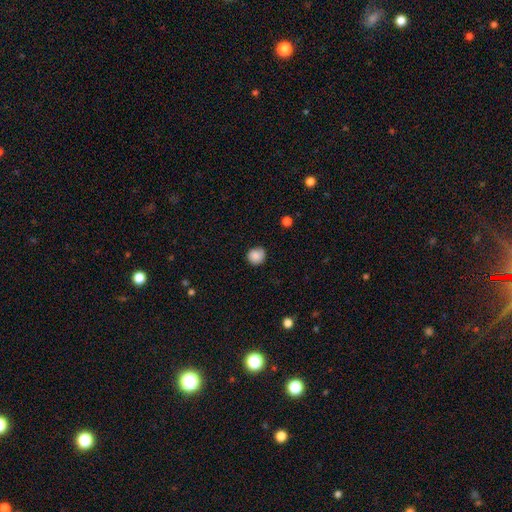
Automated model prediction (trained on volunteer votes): This is clearly a smooth galaxy (85%). How rounded: clearly round (87%). Merging: clearly none (80%).